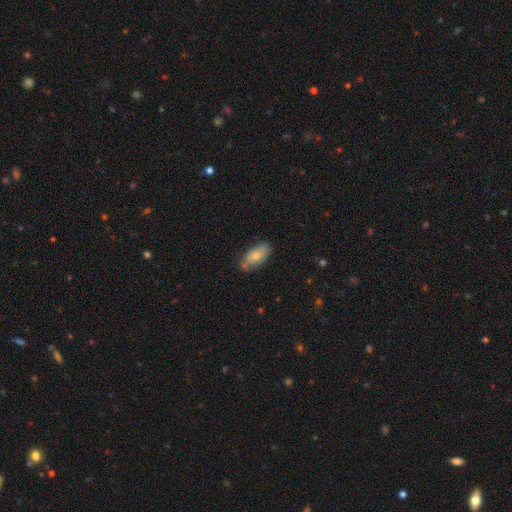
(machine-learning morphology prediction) The model was most divided on "merging": none: 70%, minor disturbance: 23%, major disturbance: 4%, merger: 3%. More confident: how rounded — in between (89%); smooth or featured — smooth (74%).